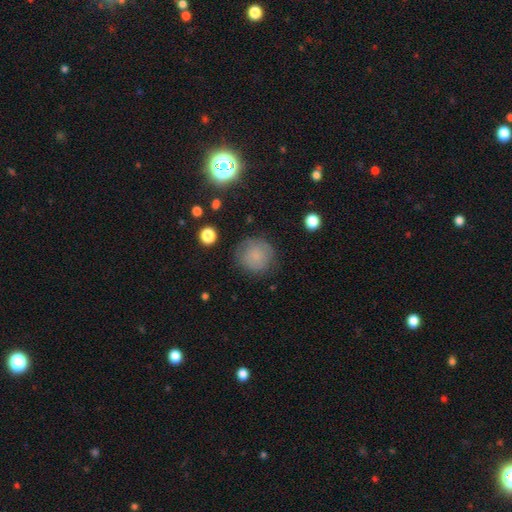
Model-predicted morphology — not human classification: smooth-or-featured: smooth: 75% | featured or disk: 13% | star or artifact: 12%
  how-rounded: round: 91% | in between: 8% | cigar-shaped: 1%
  merging: none: 78% | minor disturbance: 15% | major disturbance: 6% | merger: 1%